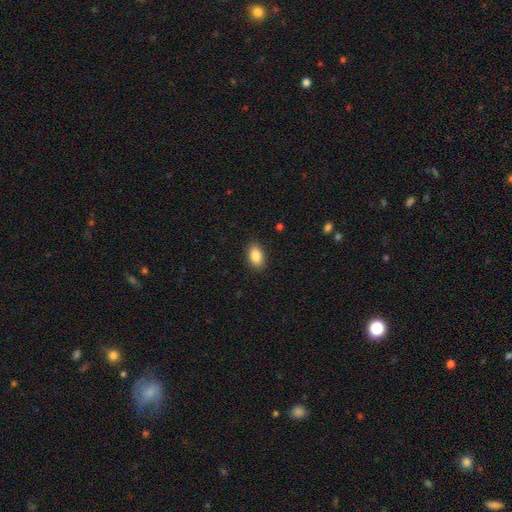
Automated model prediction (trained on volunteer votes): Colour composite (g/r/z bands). It shows a smooth galaxy with no disk features (87%) that is in between round and cigar-shaped (90%). Merging: none (88%).